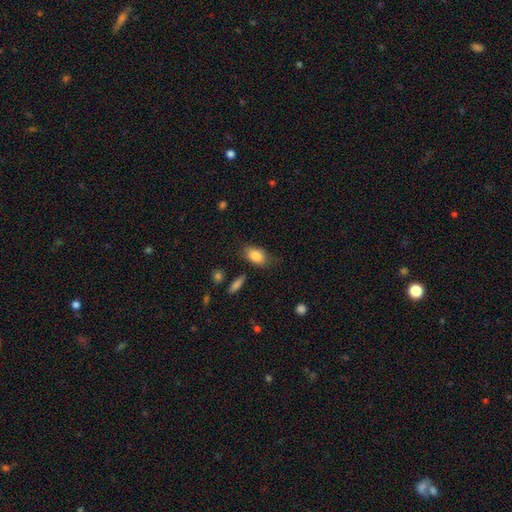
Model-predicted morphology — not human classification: smooth 84%, featured or disk 8%, star or artifact 8%. Down the decision tree: how rounded — in between (86%); merging — none (74%).